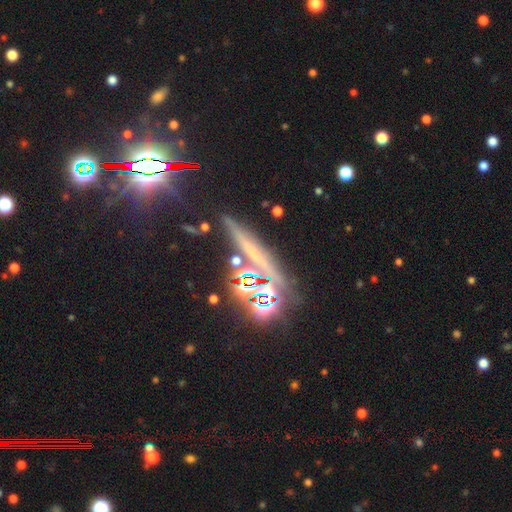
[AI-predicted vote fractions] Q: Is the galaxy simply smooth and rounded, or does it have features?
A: star or artifact — 44%.